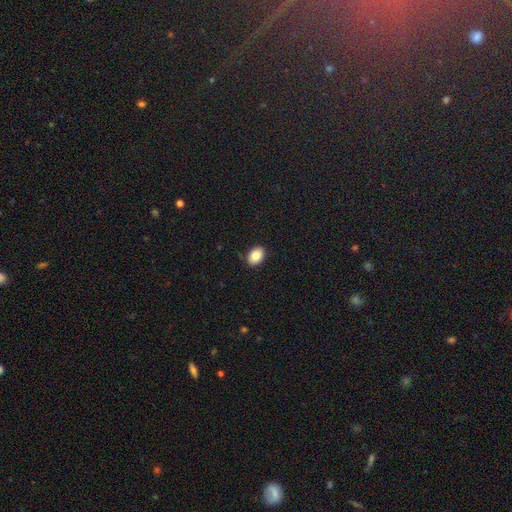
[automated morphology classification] Smooth or featured? smooth (88%)
How rounded? in between (84%)
Merging? none (87%)